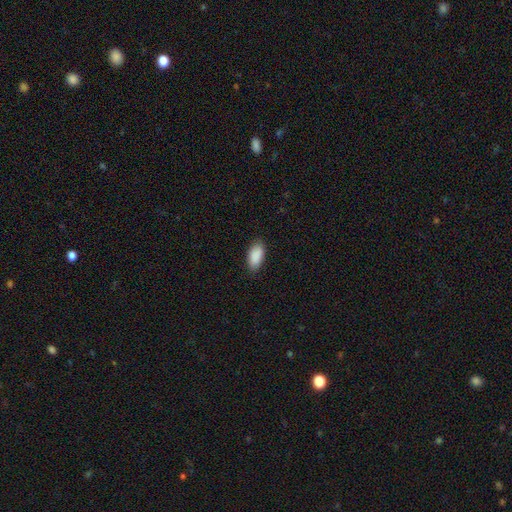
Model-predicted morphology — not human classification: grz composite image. It shows a smooth galaxy with no disk features (91%) that is in between round and cigar-shaped (92%). Merging: none (85%).